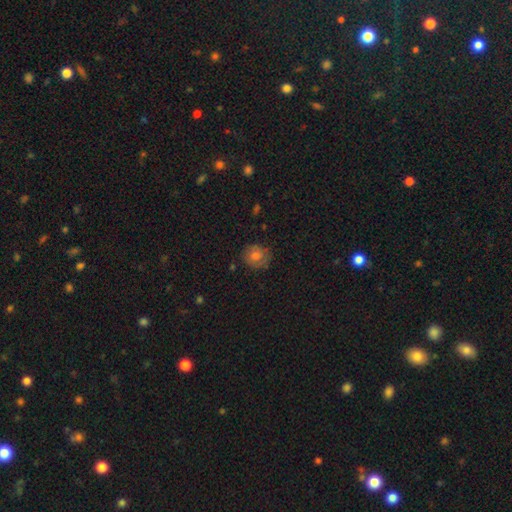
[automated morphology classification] Smooth or featured?
  - smooth: 68% *
  - featured or disk: 20%
  - star or artifact: 12%
How rounded?
  - round: 84% *
  - in between: 15%
  - cigar-shaped: 1%
Merging?
  - none: 81% *
  - minor disturbance: 14%
  - major disturbance: 3%
  - merger: 1%